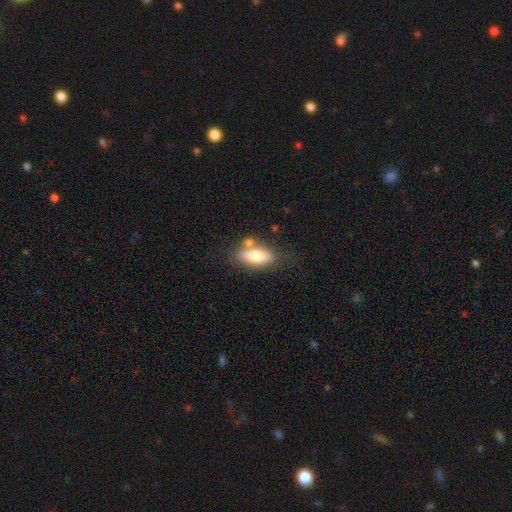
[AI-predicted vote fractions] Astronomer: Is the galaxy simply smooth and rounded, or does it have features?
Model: smooth — 73%.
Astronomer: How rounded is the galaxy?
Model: in between — 81%.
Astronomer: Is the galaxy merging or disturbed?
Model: none — 60%.